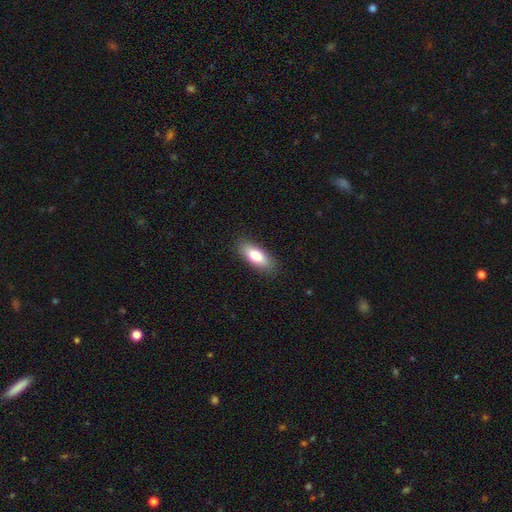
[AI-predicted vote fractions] Smooth or featured: smooth — 80% (featured or disk — 13%)
How rounded: in between — 75% (cigar-shaped — 23%)
Merging: none — 87% (minor disturbance — 10%)